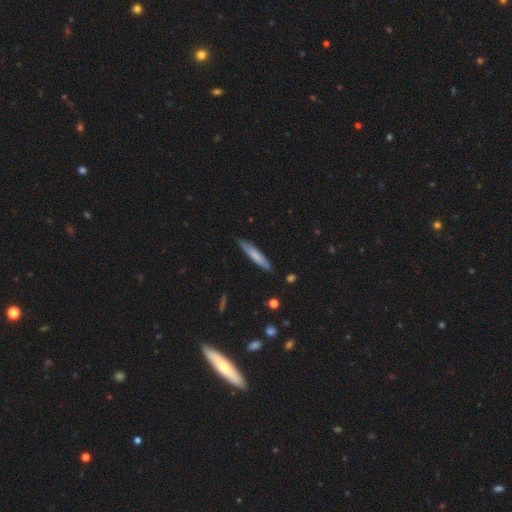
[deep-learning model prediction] The model was most divided on "smooth or featured": smooth: 69%, featured or disk: 25%, star or artifact: 5%. More confident: how rounded — cigar-shaped (91%); merging — none (85%).